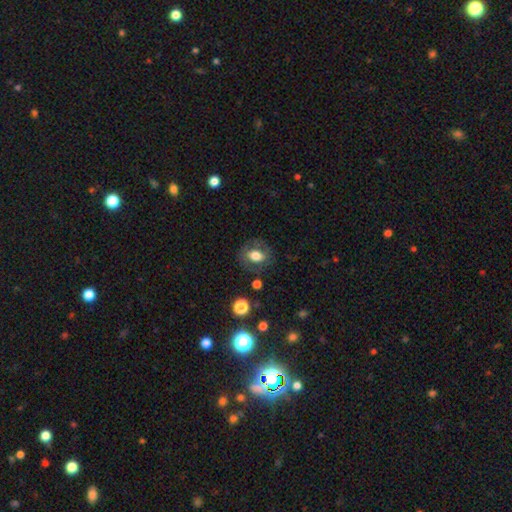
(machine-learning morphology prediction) This appears to be a smooth galaxy with no disk features (63%) that is in between round and cigar-shaped (58%). Merging: none (75%).